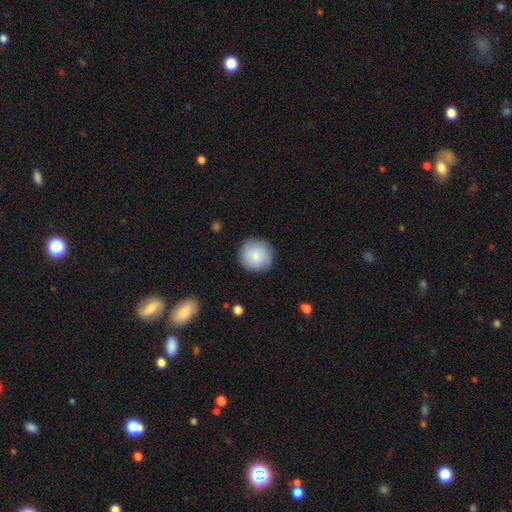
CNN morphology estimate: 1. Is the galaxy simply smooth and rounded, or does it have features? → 82% smooth, 11% featured or disk, 6% star or artifact.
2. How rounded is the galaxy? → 94% round, 5% in between, 1% cigar-shaped.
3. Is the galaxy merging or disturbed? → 87% none, 10% minor disturbance, 2% major disturbance, 1% merger.